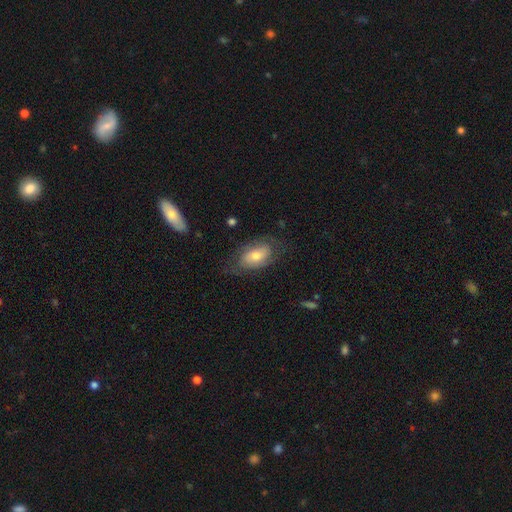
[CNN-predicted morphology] smooth-or-featured: smooth: 47% | featured or disk: 45% | star or artifact: 8%
  merging: none: 65% | minor disturbance: 22% | major disturbance: 12% | merger: 1%